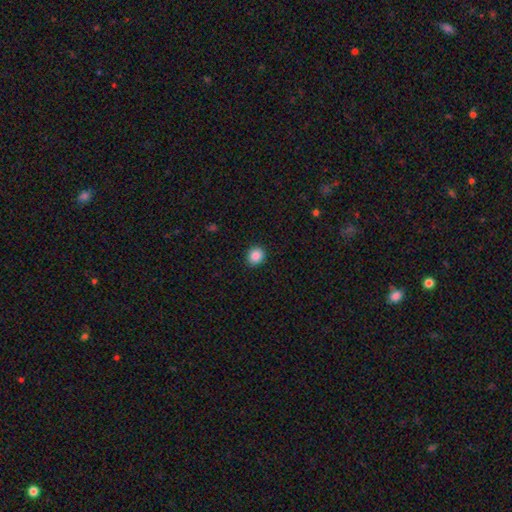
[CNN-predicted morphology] Smooth or featured?
  - smooth: 88% *
  - star or artifact: 9%
  - featured or disk: 3%
How rounded?
  - round: 77% *
  - in between: 23%
  - cigar-shaped: 1%
Merging?
  - none: 91% *
  - minor disturbance: 6%
  - major disturbance: 2%
  - merger: 1%